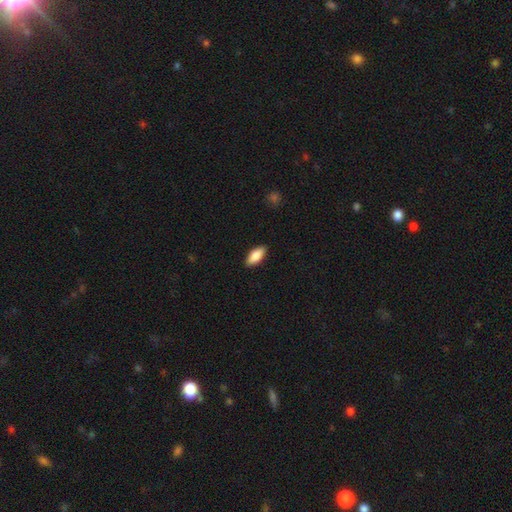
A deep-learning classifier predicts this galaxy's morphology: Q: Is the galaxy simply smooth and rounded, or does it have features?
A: smooth — 86%.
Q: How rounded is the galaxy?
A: in between — 85%.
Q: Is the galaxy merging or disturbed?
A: none — 89%.